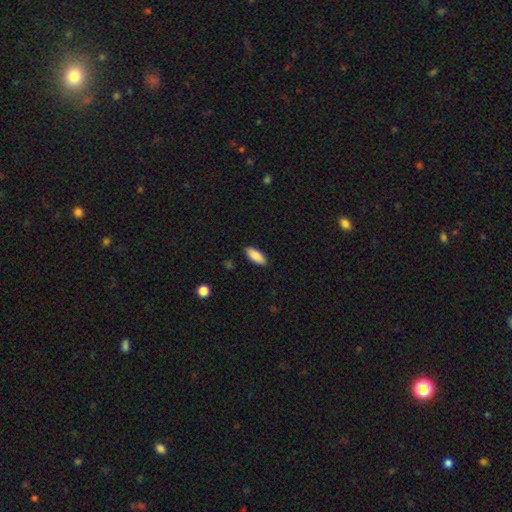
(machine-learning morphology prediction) This is clearly a smooth galaxy (88%). How rounded: clearly in between (82%). Merging: clearly none (87%).